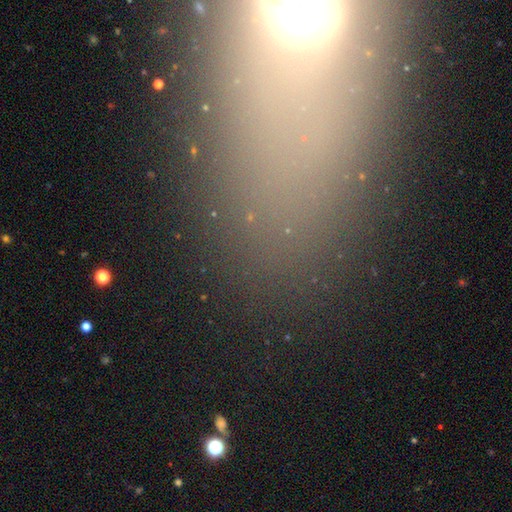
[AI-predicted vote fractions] The model was most divided on "smooth or featured": star or artifact: 64%, smooth: 23%, featured or disk: 13%.